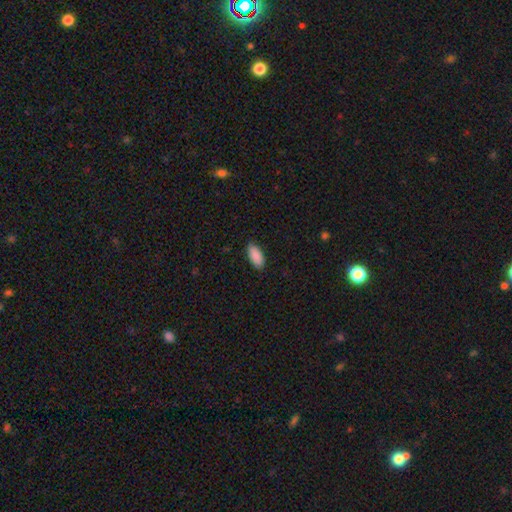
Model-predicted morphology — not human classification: smooth-or-featured: smooth: 91% | star or artifact: 6% | featured or disk: 3%
  how-rounded: in between: 91% | cigar-shaped: 8% | round: 2%
  merging: none: 88% | minor disturbance: 9% | major disturbance: 2% | merger: 1%